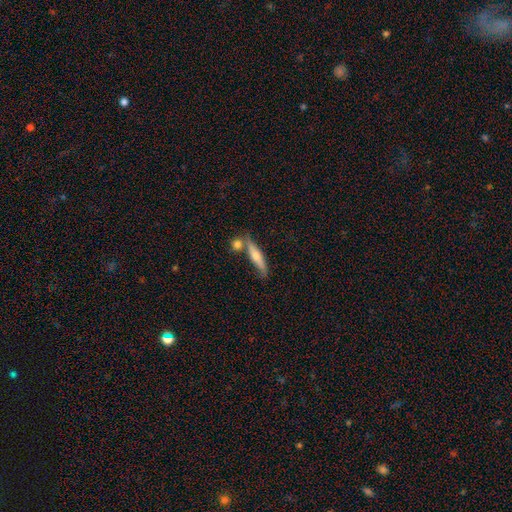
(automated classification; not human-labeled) smooth_or_featured: smooth (p=0.49) [alt: featured or disk p=0.45]
merging: none (p=0.64) [alt: merger p=0.18]